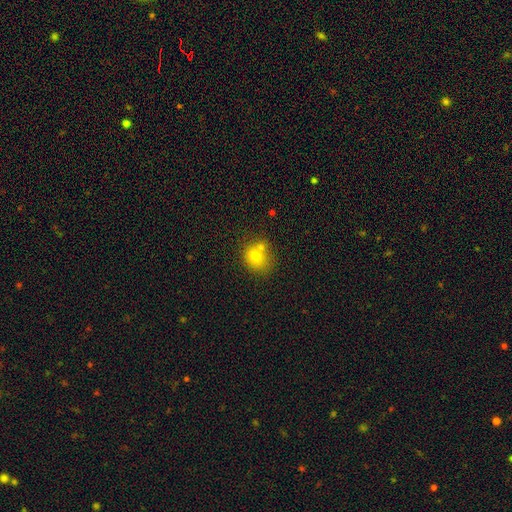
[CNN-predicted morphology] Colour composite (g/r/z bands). It shows a smooth galaxy with no disk features (73%) that is round (77%). Merging: none (48%).